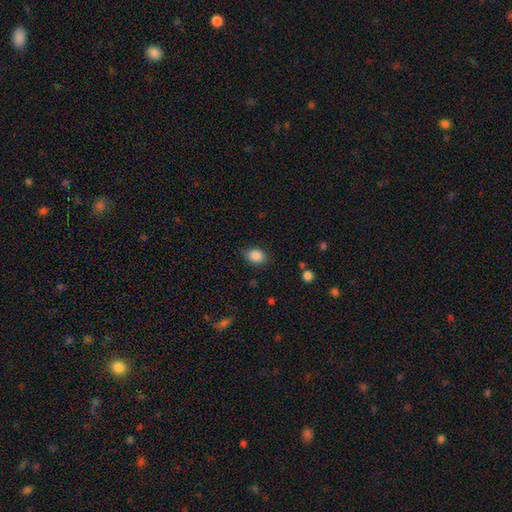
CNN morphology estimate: This is clearly a smooth galaxy (86%). How rounded: likely in between (70%). Merging: clearly none (82%).